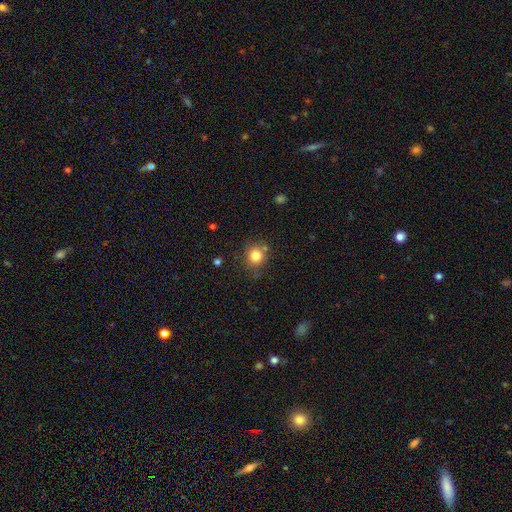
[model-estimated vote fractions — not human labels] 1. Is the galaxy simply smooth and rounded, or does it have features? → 82% smooth, 11% star or artifact, 7% featured or disk.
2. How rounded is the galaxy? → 85% round, 14% in between, 1% cigar-shaped.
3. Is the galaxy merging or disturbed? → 75% none, 14% minor disturbance, 8% merger, 4% major disturbance.